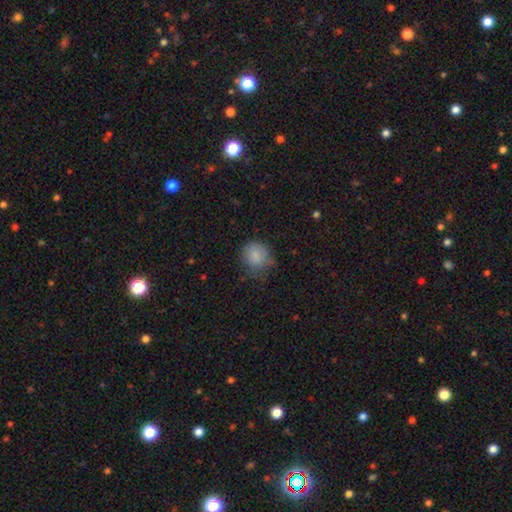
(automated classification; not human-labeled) The model was most divided on "merging": none: 59%, minor disturbance: 29%, major disturbance: 10%, merger: 2%. More confident: smooth or featured — smooth (83%); how rounded — round (77%).